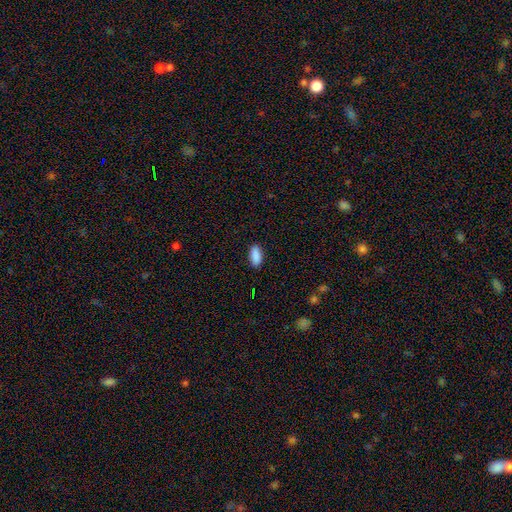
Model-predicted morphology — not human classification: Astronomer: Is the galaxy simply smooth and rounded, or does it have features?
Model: smooth — 90%.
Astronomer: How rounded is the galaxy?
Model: in between — 88%.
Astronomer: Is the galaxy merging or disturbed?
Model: none — 87%.